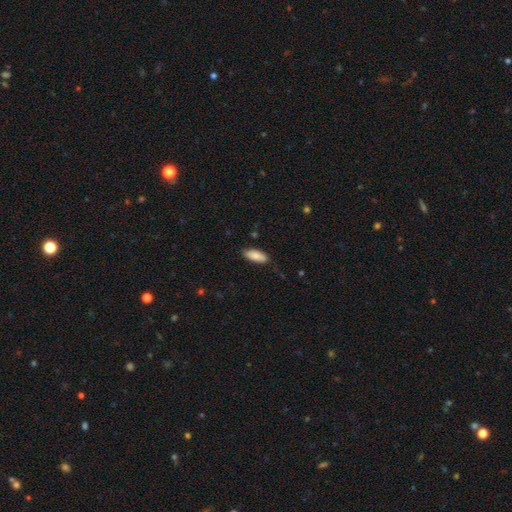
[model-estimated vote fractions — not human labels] smooth_or_featured: smooth (p=0.86) [alt: featured or disk p=0.08]
how_rounded: in between (p=0.80) [alt: cigar-shaped p=0.19]
merging: none (p=0.85) [alt: minor disturbance p=0.12]